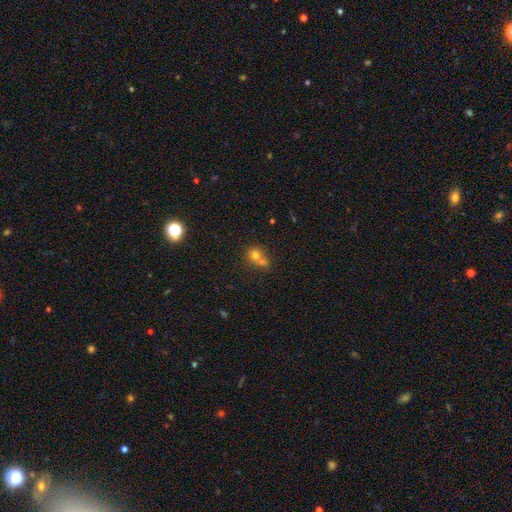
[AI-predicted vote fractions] Q: Smooth or featured?
A: smooth (69%); runner-up: star or artifact (16%)
Q: How rounded?
A: round (78%); runner-up: in between (21%)
Q: Merging?
A: merger (45%); runner-up: none (39%)